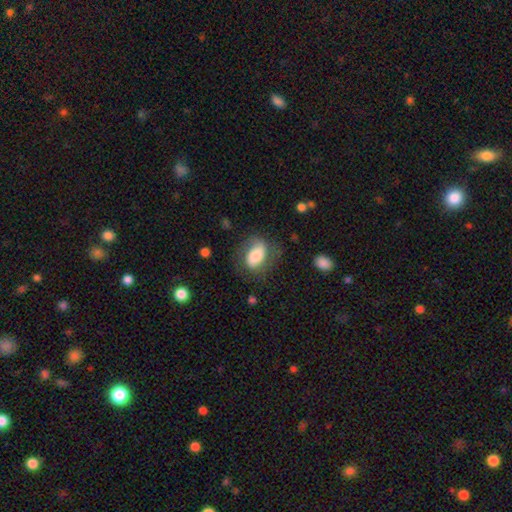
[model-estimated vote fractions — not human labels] This is likely a smooth galaxy (64%). How rounded: clearly in between (86%). Merging: likely none (64%).